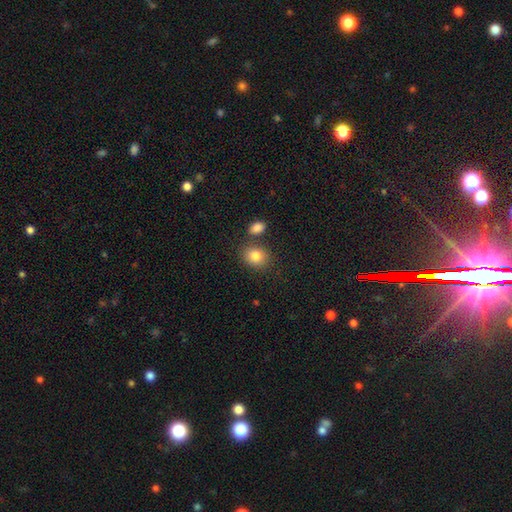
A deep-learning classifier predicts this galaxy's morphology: Q: Smooth or featured?
A: smooth (83%); runner-up: star or artifact (10%)
Q: How rounded?
A: round (52%); runner-up: in between (47%)
Q: Merging?
A: none (72%); runner-up: merger (14%)